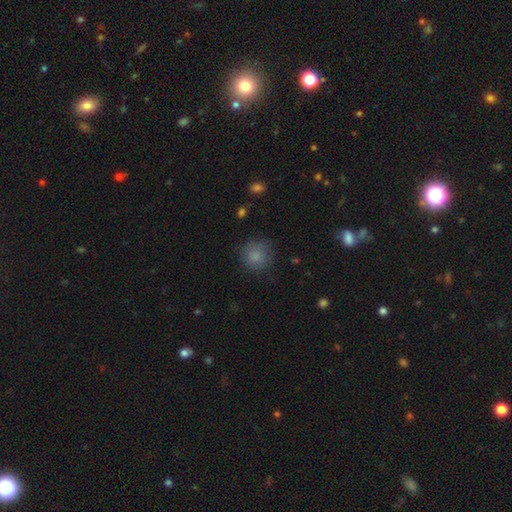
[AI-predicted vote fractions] Q: Smooth or featured?
A: smooth (82%); runner-up: star or artifact (10%)
Q: How rounded?
A: round (90%); runner-up: in between (9%)
Q: Merging?
A: none (75%); runner-up: minor disturbance (17%)